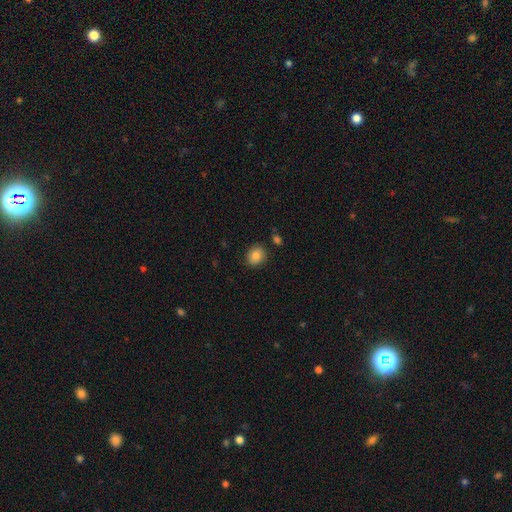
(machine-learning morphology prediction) This is clearly a smooth galaxy (84%). How rounded: likely round (69%). Merging: clearly none (85%).